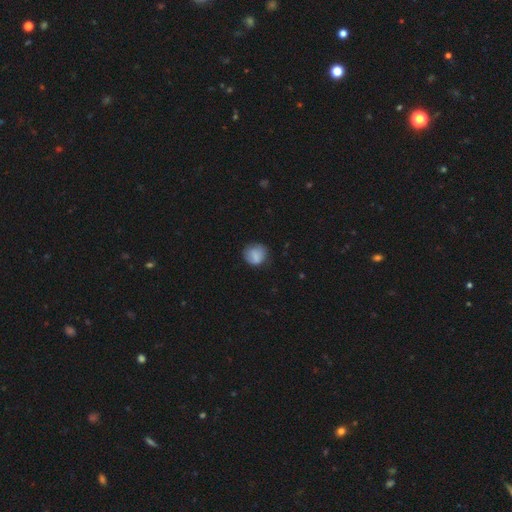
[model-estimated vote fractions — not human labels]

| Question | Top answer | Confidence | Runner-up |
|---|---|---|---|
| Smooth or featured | smooth | 79% | featured or disk (13%) |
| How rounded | round | 78% | in between (21%) |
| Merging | none | 69% | minor disturbance (22%) |